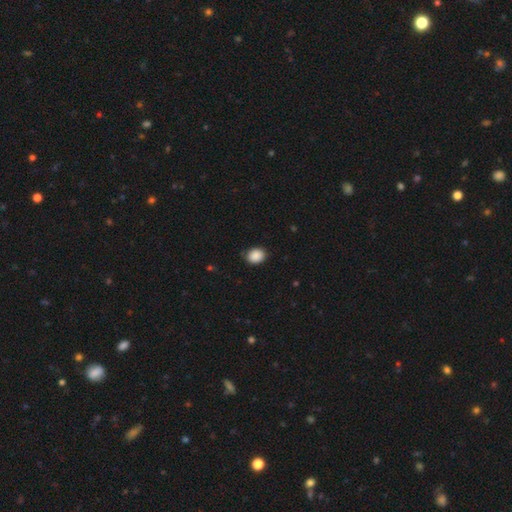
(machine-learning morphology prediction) Q: Smooth or featured?
A: smooth (89%); runner-up: star or artifact (8%)
Q: How rounded?
A: round (54%); runner-up: in between (45%)
Q: Merging?
A: none (83%); runner-up: minor disturbance (13%)